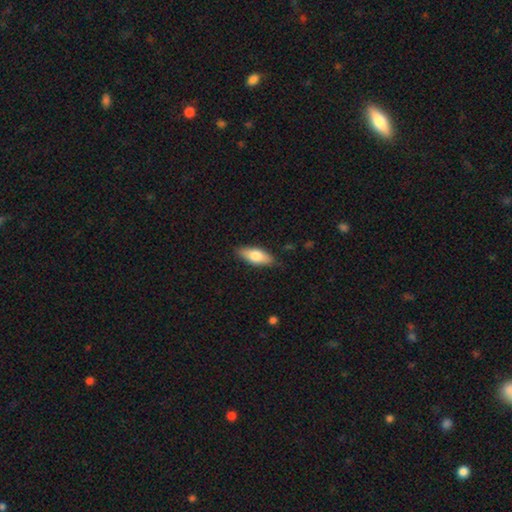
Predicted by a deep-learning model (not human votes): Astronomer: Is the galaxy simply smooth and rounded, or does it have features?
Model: smooth — 73%.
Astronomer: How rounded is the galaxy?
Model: in between — 72%.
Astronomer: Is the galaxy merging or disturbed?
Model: none — 85%.